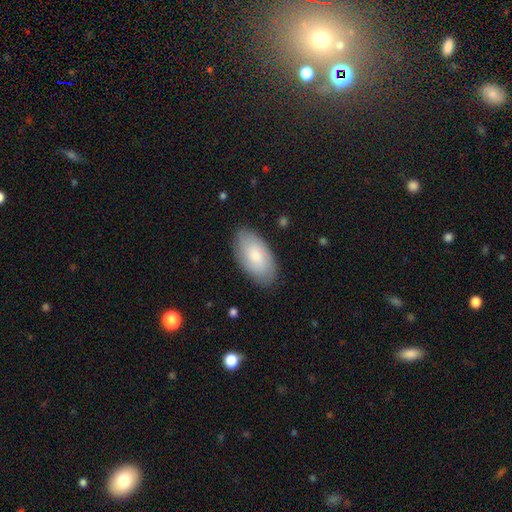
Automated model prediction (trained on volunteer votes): smooth 67%, featured or disk 27%, star or artifact 6%. Down the decision tree: how rounded — in between (95%); merging — none (83%).